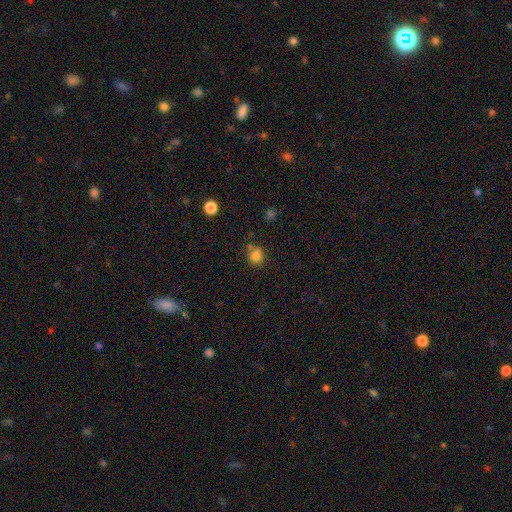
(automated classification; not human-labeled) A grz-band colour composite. It shows a smooth galaxy with no disk features (80%) that is round (79%). Merging: none (68%).